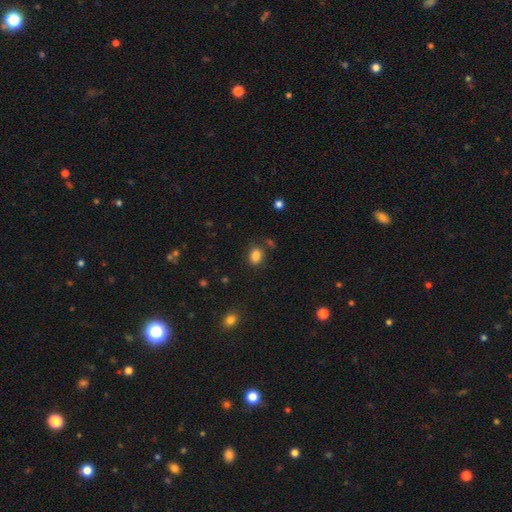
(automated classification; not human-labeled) smooth_or_featured: smooth (p=0.85) [alt: star or artifact p=0.11]
how_rounded: in between (p=0.60) [alt: round p=0.39]
merging: none (p=0.79) [alt: minor disturbance p=0.12]